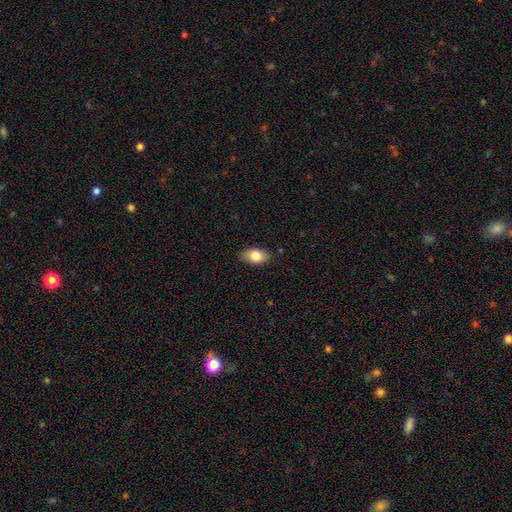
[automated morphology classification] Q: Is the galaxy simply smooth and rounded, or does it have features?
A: smooth — 84%.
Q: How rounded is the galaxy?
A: in between — 91%.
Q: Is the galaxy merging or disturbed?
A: none — 84%.